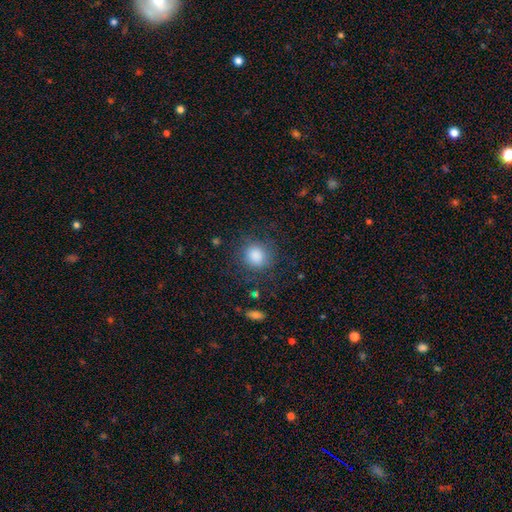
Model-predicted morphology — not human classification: The model was most divided on "merging": none: 76%, minor disturbance: 14%, major disturbance: 8%, merger: 2%. More confident: smooth or featured — smooth (84%); how rounded — round (82%).